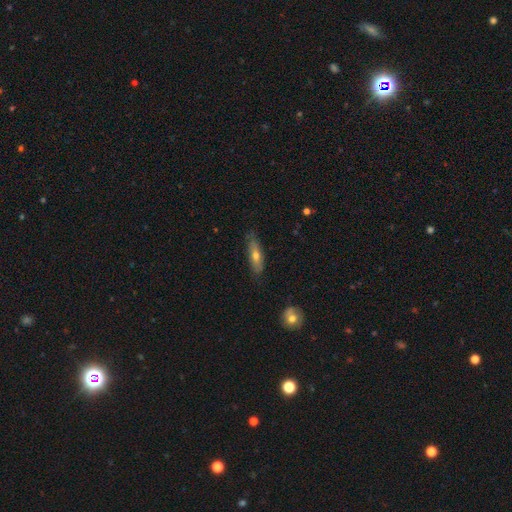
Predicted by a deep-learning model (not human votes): Smooth or featured? smooth (54%)
How rounded? cigar-shaped (56%)
Merging? none (78%)